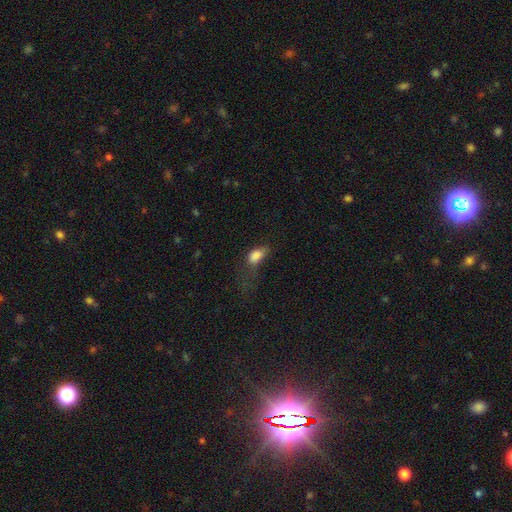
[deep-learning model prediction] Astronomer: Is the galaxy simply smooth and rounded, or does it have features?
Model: smooth — 80%.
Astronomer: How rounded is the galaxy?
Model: in between — 86%.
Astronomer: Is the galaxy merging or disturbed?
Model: major disturbance — 47% (runner-up: minor disturbance, 25%).